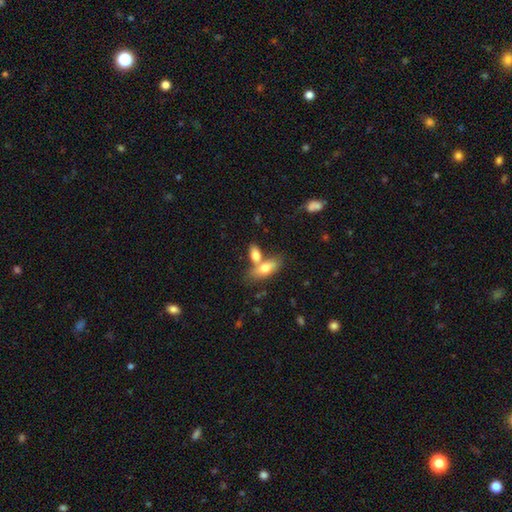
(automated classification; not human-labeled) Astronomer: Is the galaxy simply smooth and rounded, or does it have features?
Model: smooth — 76%.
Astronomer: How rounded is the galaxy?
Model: in between — 82%.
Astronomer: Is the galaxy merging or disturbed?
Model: merger — 51% (runner-up: none, 36%).